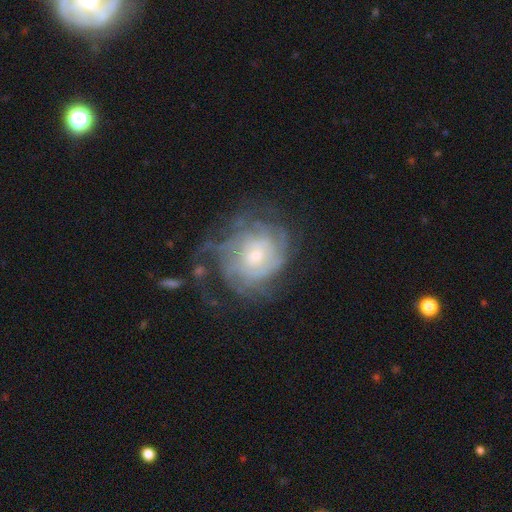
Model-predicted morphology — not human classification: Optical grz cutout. It shows a featured or disk galaxy (76%) with no bar (73%), tight (65%) spiral arms (86%) and a small central bulge (56%). Merging: none (55%).